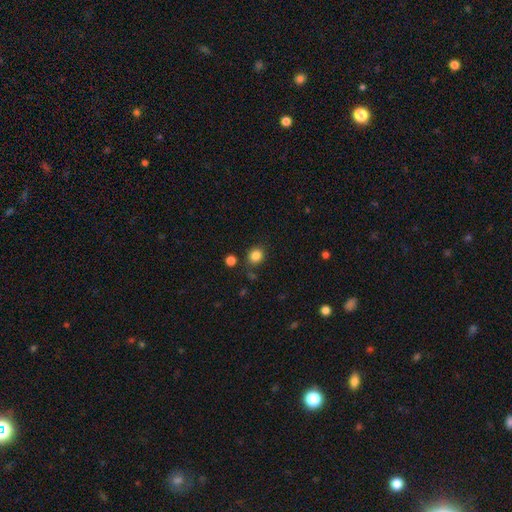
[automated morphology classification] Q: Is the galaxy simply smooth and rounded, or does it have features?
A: smooth — 84%.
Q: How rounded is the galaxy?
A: round — 73%.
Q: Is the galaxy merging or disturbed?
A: none — 81%.